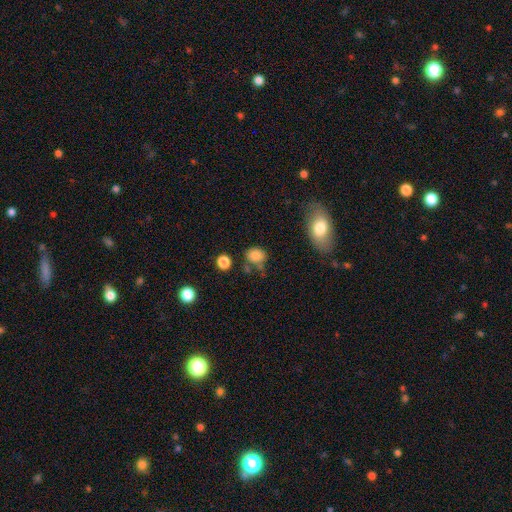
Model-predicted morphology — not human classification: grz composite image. It shows a smooth galaxy with no disk features (83%) that is round (60%). Merging: none (65%).